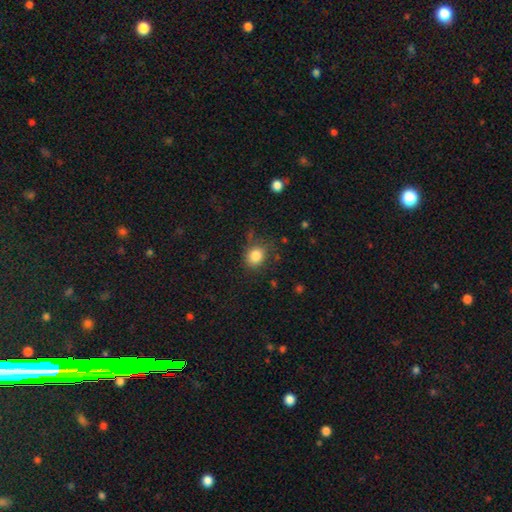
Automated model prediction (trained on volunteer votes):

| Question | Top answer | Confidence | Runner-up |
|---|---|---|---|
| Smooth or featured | smooth | 84% | star or artifact (10%) |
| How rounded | round | 65% | in between (34%) |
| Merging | none | 72% | minor disturbance (19%) |